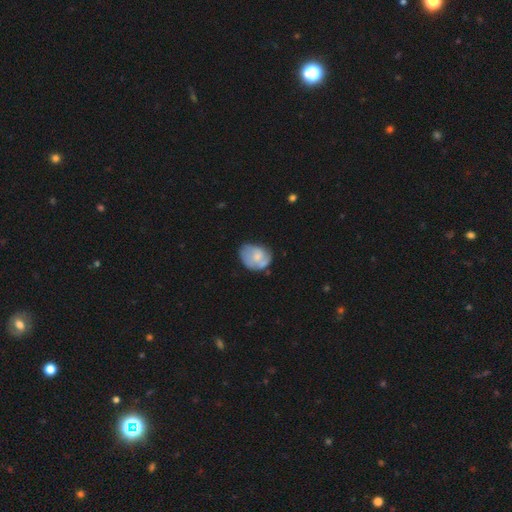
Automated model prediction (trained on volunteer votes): This appears to be a smooth galaxy with no disk features (55%) that is in between round and cigar-shaped (54%). Merging: none (45%).